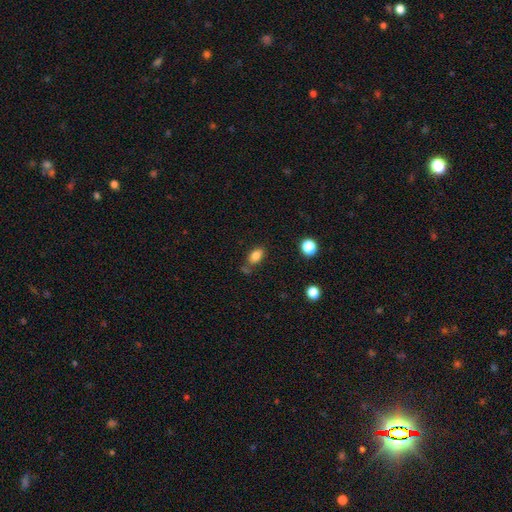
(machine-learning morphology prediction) The model was most divided on "merging": none: 65%, minor disturbance: 17%, merger: 13%, major disturbance: 5%. More confident: how rounded — in between (86%); smooth or featured — smooth (83%).